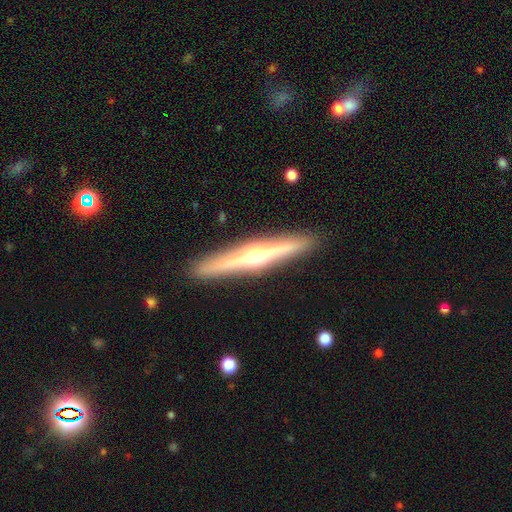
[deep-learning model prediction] Smooth or featured? Predicted: featured or disk (p=0.75). Edge-on disk? Predicted: yes (p=0.98). Edge-on bulge? Predicted: rounded (p=0.91). Merging? Predicted: none (p=0.91).